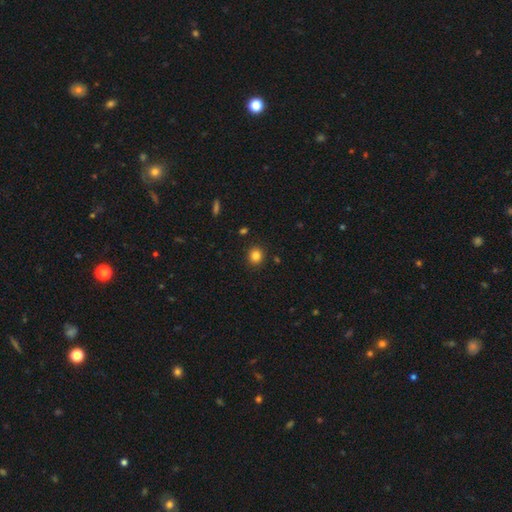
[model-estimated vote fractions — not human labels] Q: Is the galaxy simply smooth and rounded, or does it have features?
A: smooth — 83%.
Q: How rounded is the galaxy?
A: round — 85%.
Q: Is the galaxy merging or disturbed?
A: none — 91%.